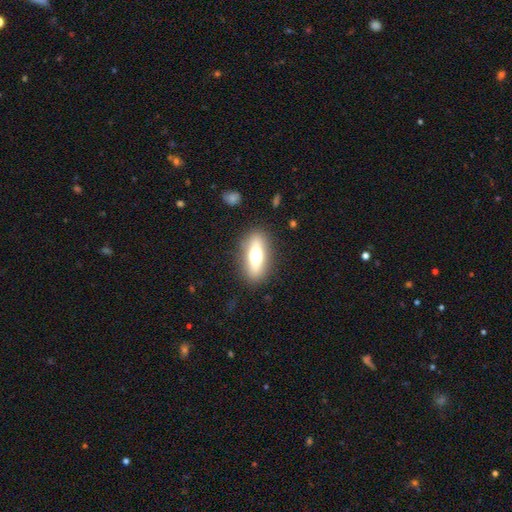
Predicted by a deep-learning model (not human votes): Q: Smooth or featured?
A: smooth (49%); runner-up: featured or disk (42%)
Q: Merging?
A: none (85%); runner-up: minor disturbance (9%)